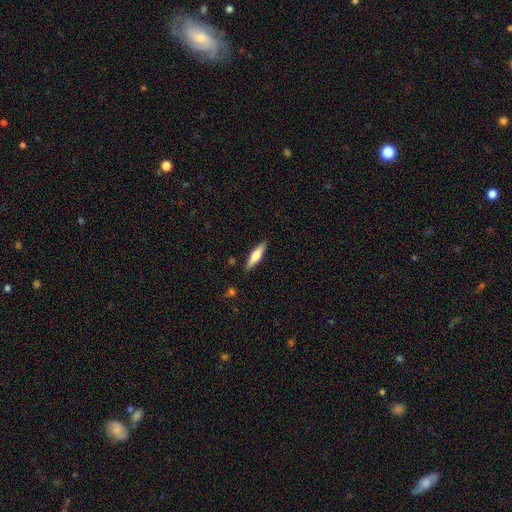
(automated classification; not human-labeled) Smooth or featured?
  - smooth: 54% *
  - featured or disk: 40%
  - star or artifact: 6%
How rounded?
  - cigar-shaped: 69% *
  - in between: 29%
  - round: 2%
Merging?
  - none: 89% *
  - minor disturbance: 8%
  - major disturbance: 2%
  - merger: 1%